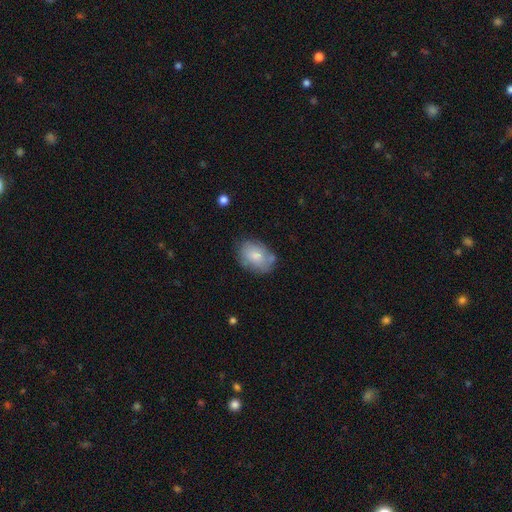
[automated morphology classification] This is likely a smooth galaxy (75%). How rounded: clearly in between (81%). Merging: likely none (66%).